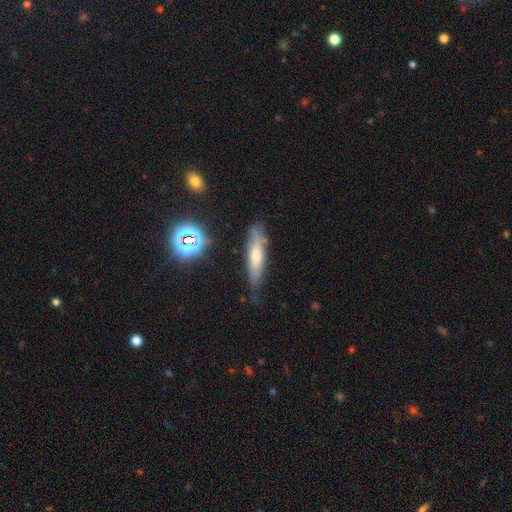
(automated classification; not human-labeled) This appears to be a smooth galaxy with no disk features (50%) that is cigar-shaped (79%). Merging: none (74%).